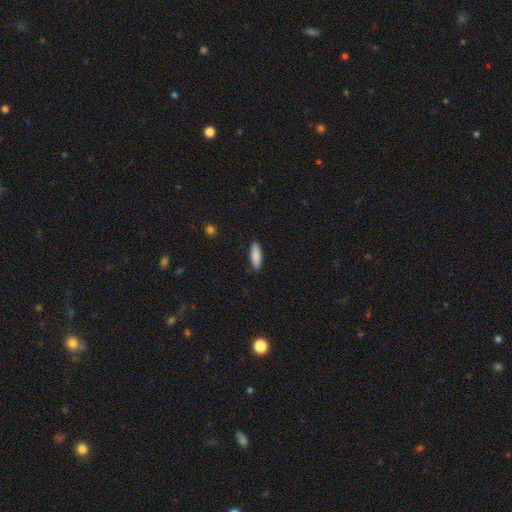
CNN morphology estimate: Smooth or featured? Predicted: smooth (p=0.88). How rounded? Predicted: cigar-shaped (p=0.49, tied with in between). Merging? Predicted: none (p=0.88).